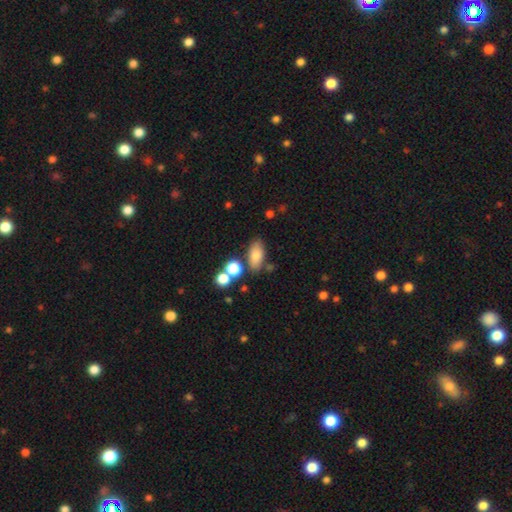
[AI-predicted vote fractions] smooth_or_featured: smooth (p=0.81) [alt: featured or disk p=0.10]
how_rounded: in between (p=0.85) [alt: cigar-shaped p=0.08]
merging: none (p=0.70) [alt: minor disturbance p=0.14]